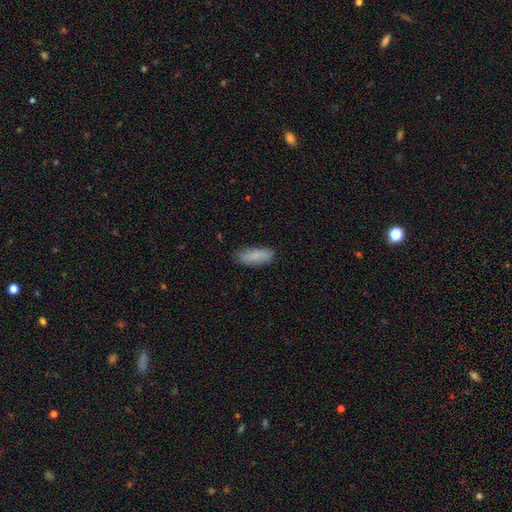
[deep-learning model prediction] smooth 83%, featured or disk 11%, star or artifact 6%. Down the decision tree: how rounded — in between (63%); merging — none (80%).